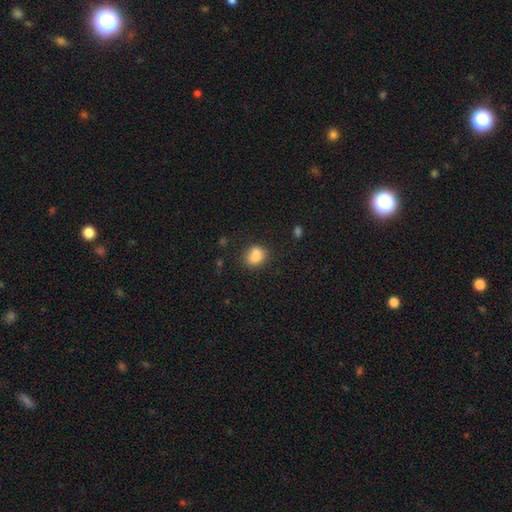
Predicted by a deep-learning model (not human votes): Q: Smooth or featured?
A: smooth (83%); runner-up: star or artifact (9%)
Q: How rounded?
A: round (54%); runner-up: in between (45%)
Q: Merging?
A: none (65%); runner-up: minor disturbance (19%)